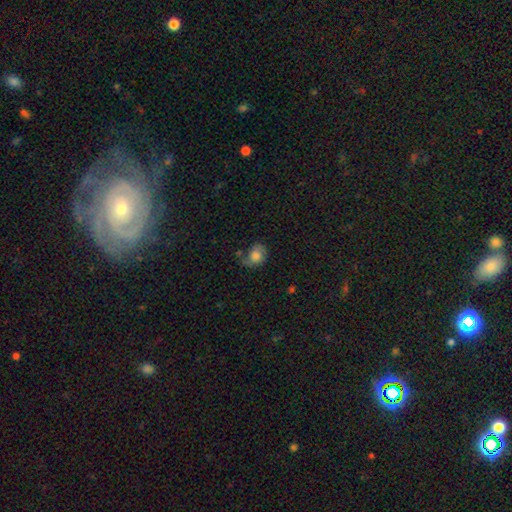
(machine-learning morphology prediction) type=smooth (70%); roundness=round (53%); merging=none (40%).